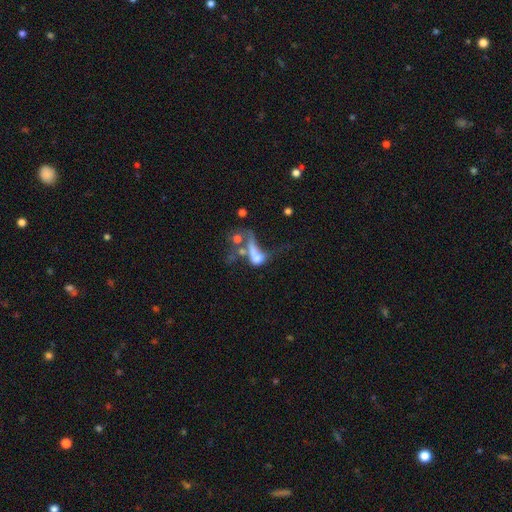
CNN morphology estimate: Smooth or featured? featured or disk (43%)
Merging? merger (51%)